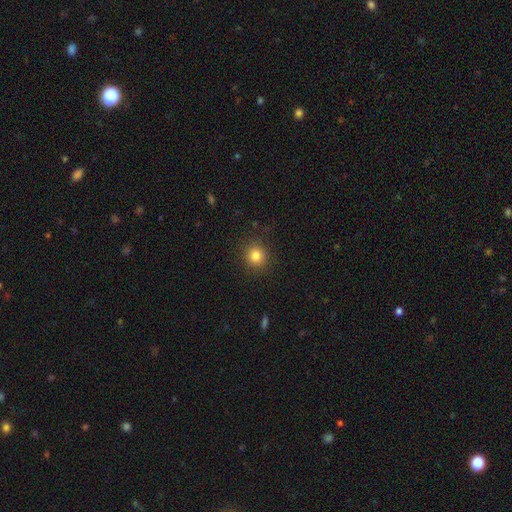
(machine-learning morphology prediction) Smooth or featured? smooth (82%)
How rounded? round (90%)
Merging? none (90%)